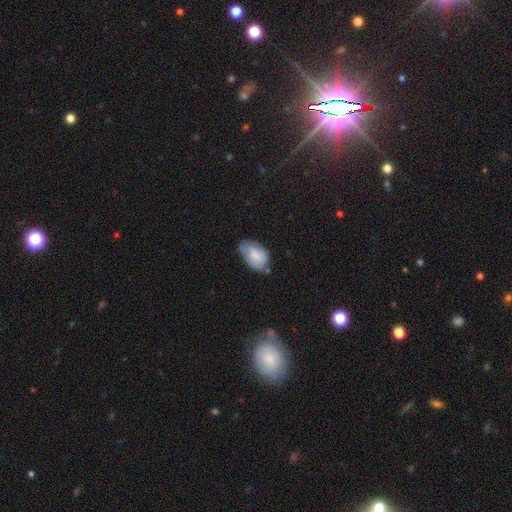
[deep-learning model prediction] Smooth or featured? smooth (70%)
How rounded? in between (90%)
Merging? none (50%)